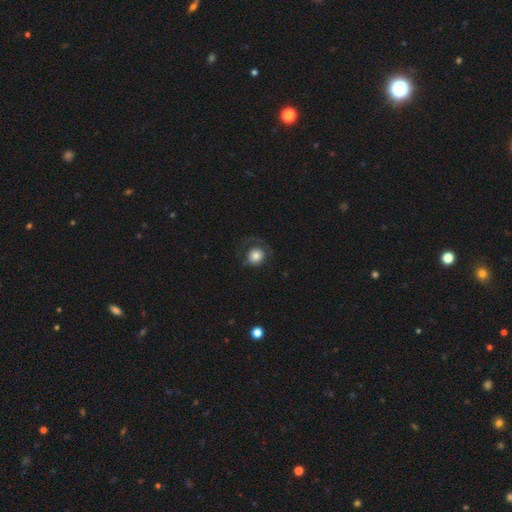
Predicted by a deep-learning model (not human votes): This is likely a smooth galaxy (73%). How rounded: clearly round (83%). Merging: possibly none (52%).